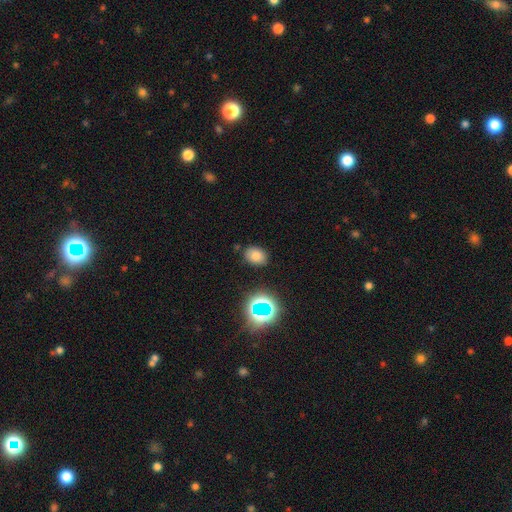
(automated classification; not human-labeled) This appears to be a smooth galaxy with no disk features (74%) that is in between round and cigar-shaped (68%). Merging: none (83%).